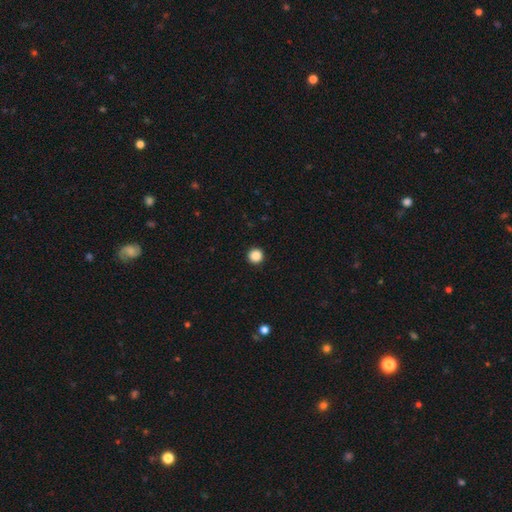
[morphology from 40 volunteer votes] A smooth galaxy with no disk features (85%) that is round (100%).

Vote fractions:
- Smooth or featured? smooth: 85% / star or artifact: 12% / featured or disk: 2%
- How rounded? round: 100% / in between: 0% / cigar-shaped: 0%
- Merging? none: 91% / minor disturbance: 6% / major disturbance: 3% / merger: 0%